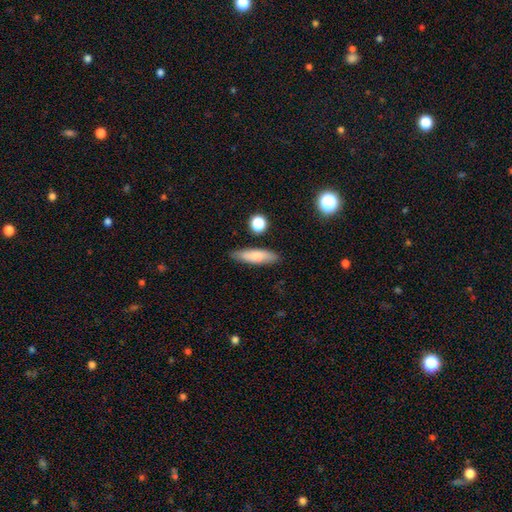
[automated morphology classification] Smooth or featured? Predicted: smooth (p=0.79). How rounded? Predicted: cigar-shaped (p=0.61). Merging? Predicted: none (p=0.83).